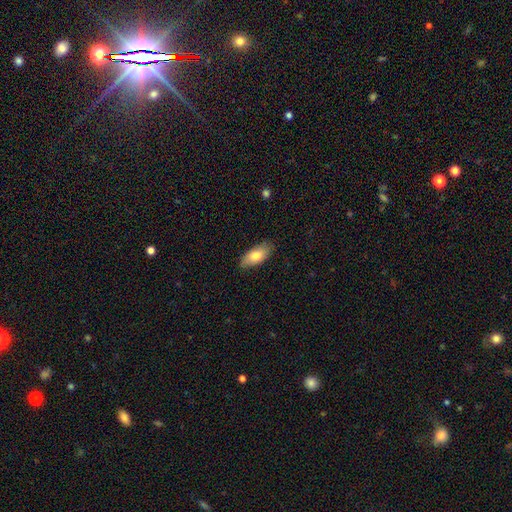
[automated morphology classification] type=smooth (78%); roundness=in between (86%); merging=none (83%).